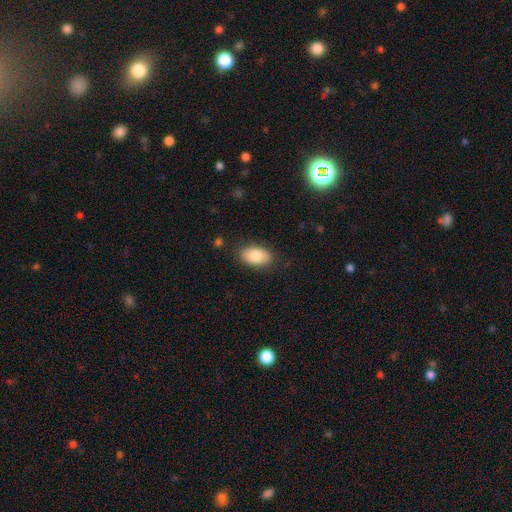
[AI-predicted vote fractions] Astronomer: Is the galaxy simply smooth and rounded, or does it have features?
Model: smooth — 80%.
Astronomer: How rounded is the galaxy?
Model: in between — 92%.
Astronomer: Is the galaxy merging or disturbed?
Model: none — 84%.